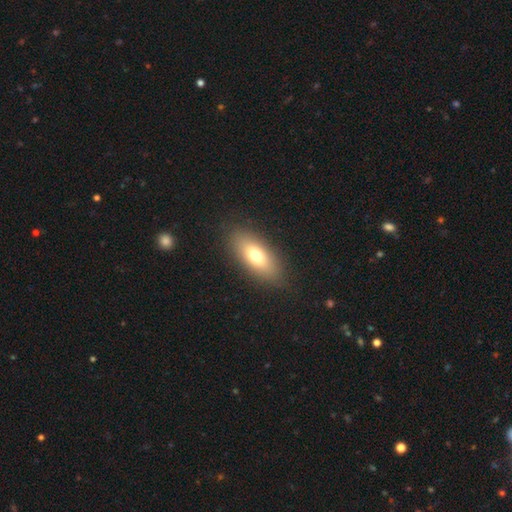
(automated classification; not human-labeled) This appears to be a smooth galaxy with no disk features (73%) that is in between round and cigar-shaped (83%). Merging: none (86%).